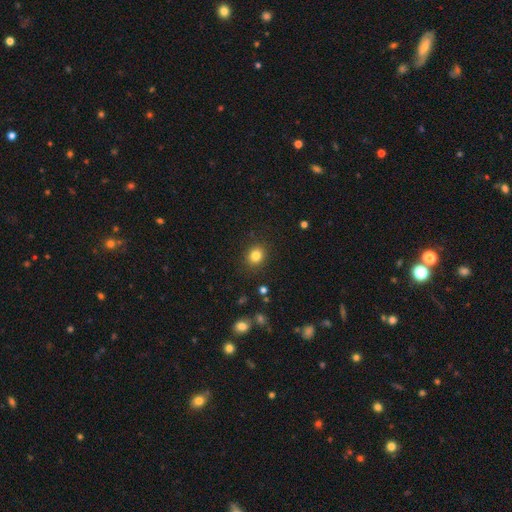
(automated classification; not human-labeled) A smooth galaxy with no disk features (83%) that is round (73%).

Vote fractions:
- Smooth or featured? smooth: 83% / star or artifact: 11% / featured or disk: 6%
- How rounded? round: 73% / in between: 26% / cigar-shaped: 1%
- Merging? none: 88% / minor disturbance: 8% / major disturbance: 3% / merger: 1%